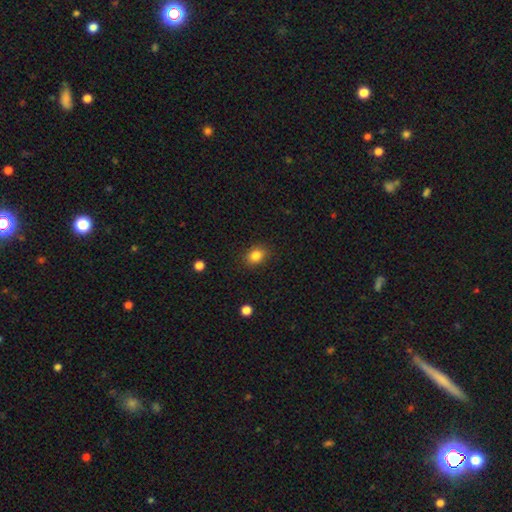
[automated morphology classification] This appears to be a smooth galaxy with no disk features (84%) that is in between round and cigar-shaped (55%). Merging: none (86%).